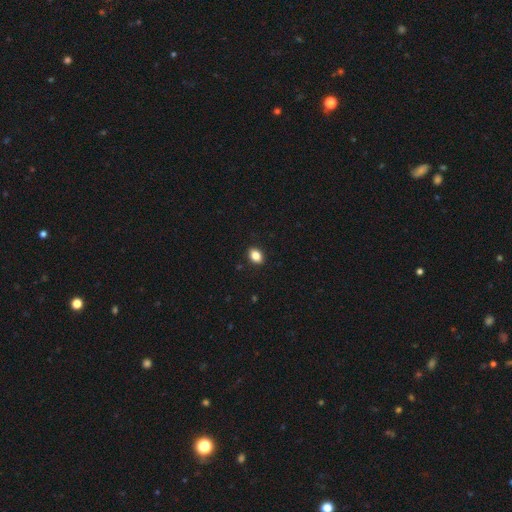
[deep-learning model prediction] This is clearly a smooth galaxy (86%). How rounded: likely in between (74%). Merging: clearly none (90%).